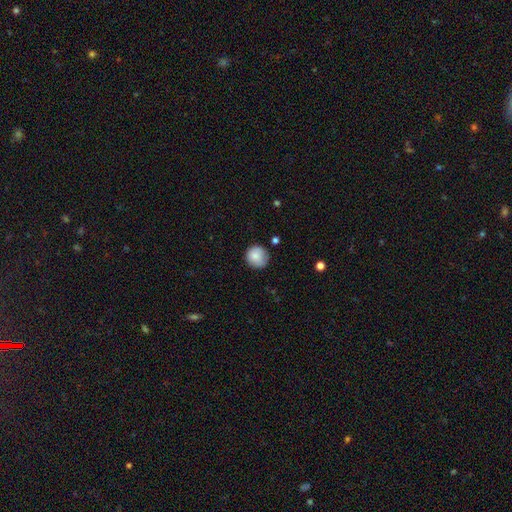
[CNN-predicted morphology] A smooth galaxy with no disk features (84%) that is round (92%). Merging: none (79%).